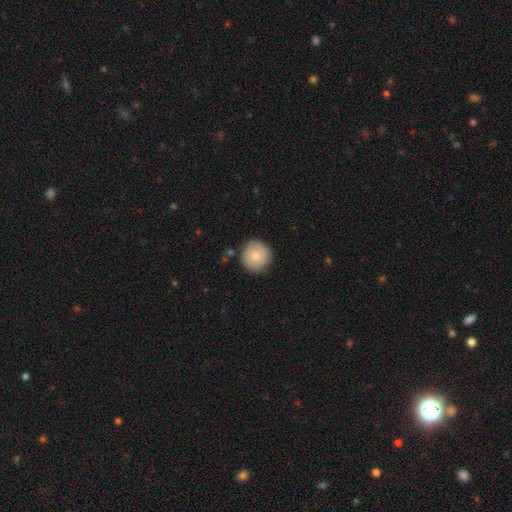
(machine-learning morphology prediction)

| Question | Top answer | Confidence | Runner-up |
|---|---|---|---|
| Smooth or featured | smooth | 77% | featured or disk (16%) |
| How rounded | round | 94% | in between (5%) |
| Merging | none | 83% | minor disturbance (12%) |